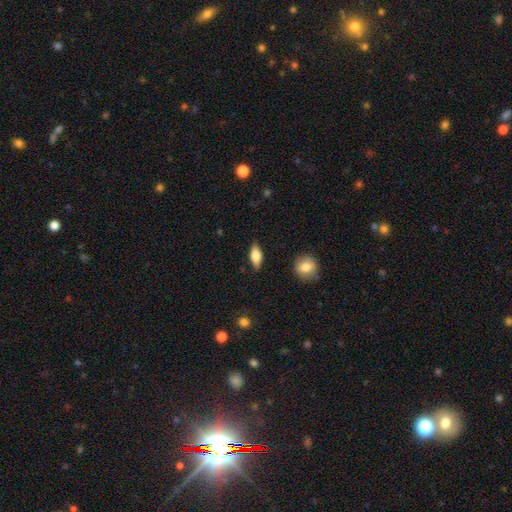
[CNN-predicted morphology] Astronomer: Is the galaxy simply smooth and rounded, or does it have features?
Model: smooth — 68%.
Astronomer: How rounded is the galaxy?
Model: in between — 75%.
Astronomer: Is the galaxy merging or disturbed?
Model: none — 86%.